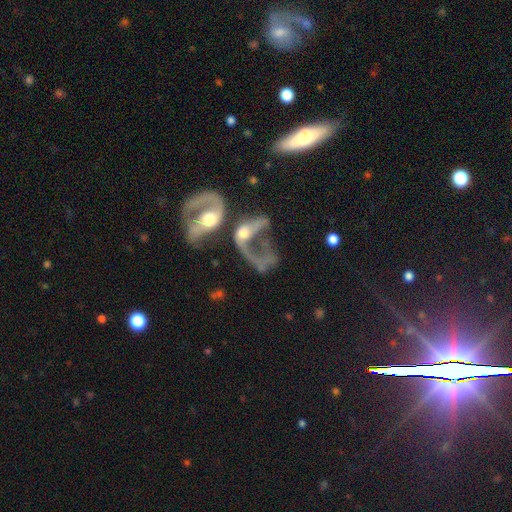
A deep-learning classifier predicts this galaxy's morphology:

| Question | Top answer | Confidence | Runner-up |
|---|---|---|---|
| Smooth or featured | featured or disk | 70% | smooth (17%) |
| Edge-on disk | no | 92% | yes (8%) |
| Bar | no | 63% | weak (26%) |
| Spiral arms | yes | 72% | no (28%) |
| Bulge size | moderate | 53% | small (23%) |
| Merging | merger | 41% | major disturbance (29%) |